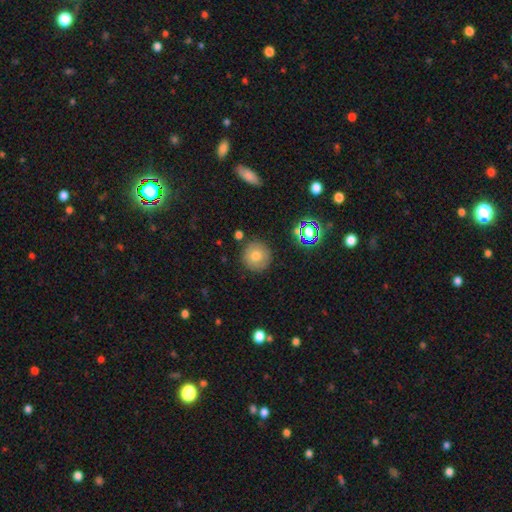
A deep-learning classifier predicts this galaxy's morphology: Smooth or featured? smooth (73%)
How rounded? round (95%)
Merging? none (87%)